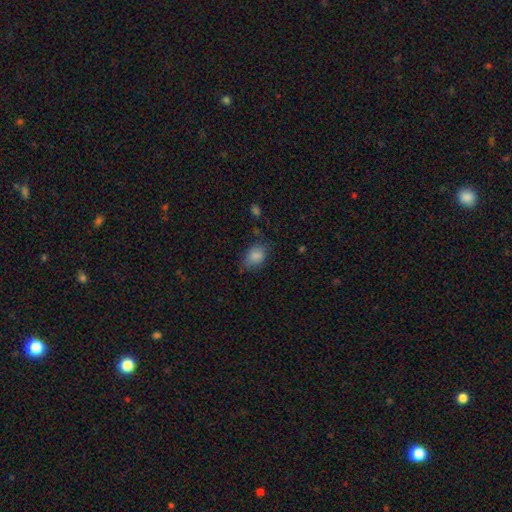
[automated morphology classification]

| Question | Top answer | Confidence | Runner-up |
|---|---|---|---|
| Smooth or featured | smooth | 84% | star or artifact (9%) |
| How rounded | in between | 75% | round (24%) |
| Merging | none | 61% | minor disturbance (28%) |